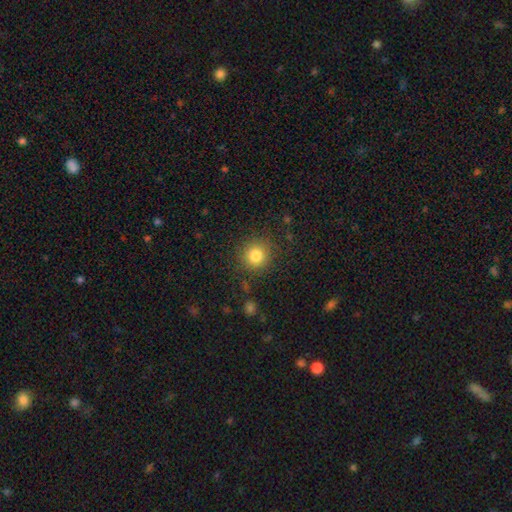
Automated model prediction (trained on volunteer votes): smooth-or-featured: smooth: 82% | star or artifact: 12% | featured or disk: 6%
  how-rounded: round: 92% | in between: 7% | cigar-shaped: 1%
  merging: none: 87% | minor disturbance: 8% | major disturbance: 3% | merger: 2%